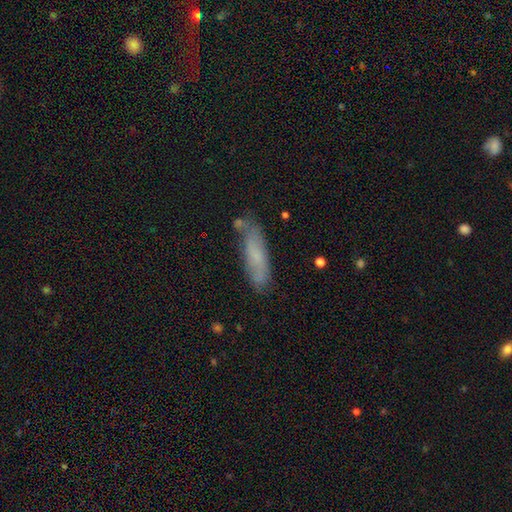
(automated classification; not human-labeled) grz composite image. It shows a smooth galaxy with no disk features (65%) that is cigar-shaped (65%). Merging: none (68%).